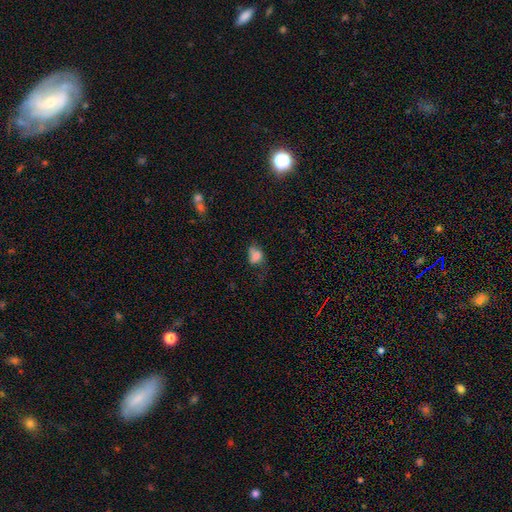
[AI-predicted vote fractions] Morphology: type=smooth (78%); roundness=in between (66%); merging=none (36%).